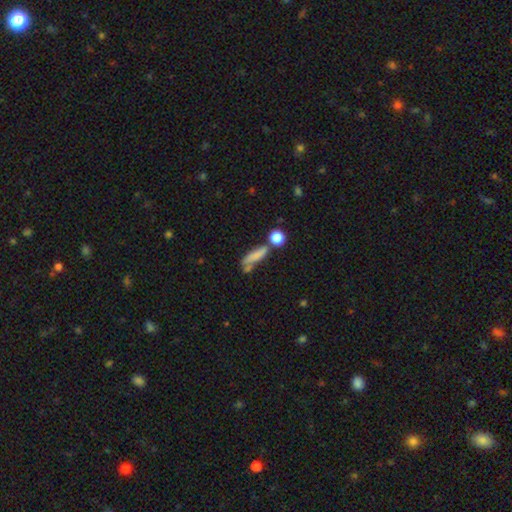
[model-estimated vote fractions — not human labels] This appears to be a smooth galaxy with no disk features (71%) that is cigar-shaped (63%). Merging: none (47%).